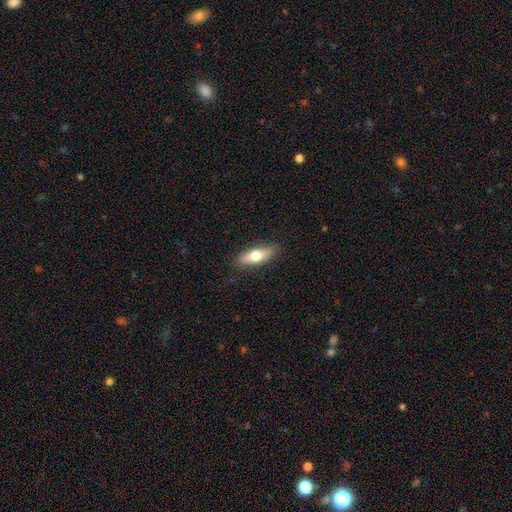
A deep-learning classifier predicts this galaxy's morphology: Q: Smooth or featured?
A: smooth (61%); runner-up: featured or disk (33%)
Q: How rounded?
A: in between (53%); runner-up: cigar-shaped (44%)
Q: Merging?
A: none (86%); runner-up: minor disturbance (10%)